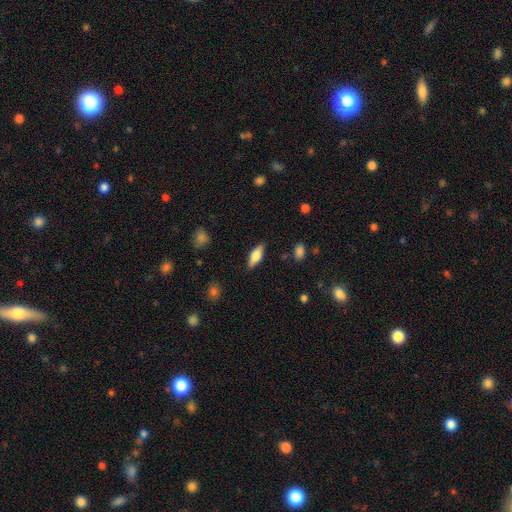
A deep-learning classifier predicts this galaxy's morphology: smooth 61%, featured or disk 32%, star or artifact 7%. Down the decision tree: how rounded — in between (69%); merging — none (86%).